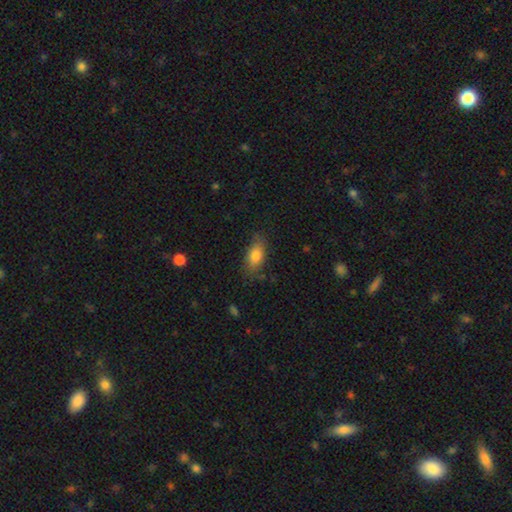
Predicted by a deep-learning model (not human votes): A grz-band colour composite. It shows a smooth galaxy with no disk features (79%) that is in between round and cigar-shaped (84%). Merging: none (77%).